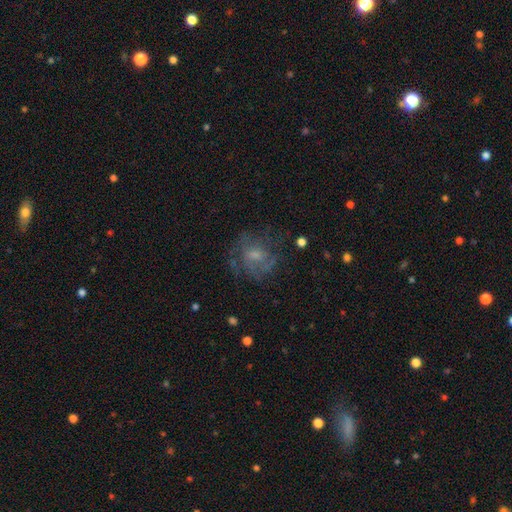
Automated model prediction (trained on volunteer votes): Smooth or featured?
  - featured or disk: 54% *
  - smooth: 32%
  - star or artifact: 14%
Edge-on disk?
  - no: 97% *
  - yes: 3%
Bar?
  - no: 65% *
  - weak: 31%
  - strong: 4%
Spiral arms?
  - yes: 60% *
  - no: 40%
Bulge size?
  - small: 40% *
  - moderate: 38%
  - none: 16%
  - large: 5%
  - dominant: 1%
Merging?
  - none: 56% *
  - major disturbance: 22%
  - minor disturbance: 20%
  - merger: 2%